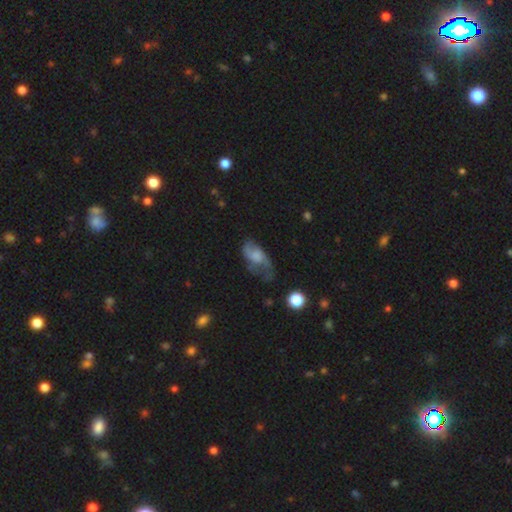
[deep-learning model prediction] Smooth or featured? Predicted: featured or disk (p=0.55). Edge-on disk? Predicted: no (p=0.94). Bar? Predicted: no (p=0.70). Spiral arms? Predicted: yes (p=0.78). Bulge size? Predicted: none (p=0.30). Merging? Predicted: none (p=0.36).